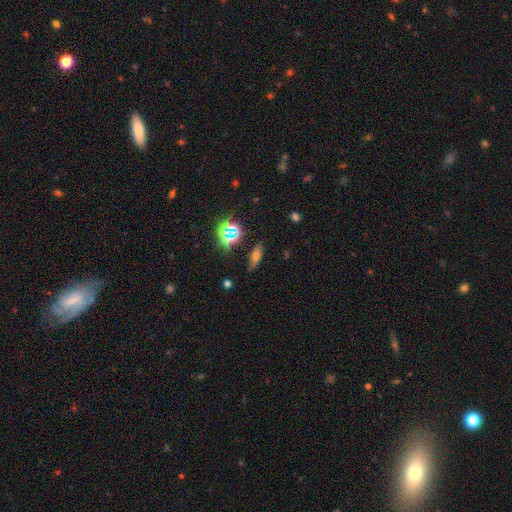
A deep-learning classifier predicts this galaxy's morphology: Smooth or featured? smooth (52%)
How rounded? in between (53%)
Merging? none (80%)